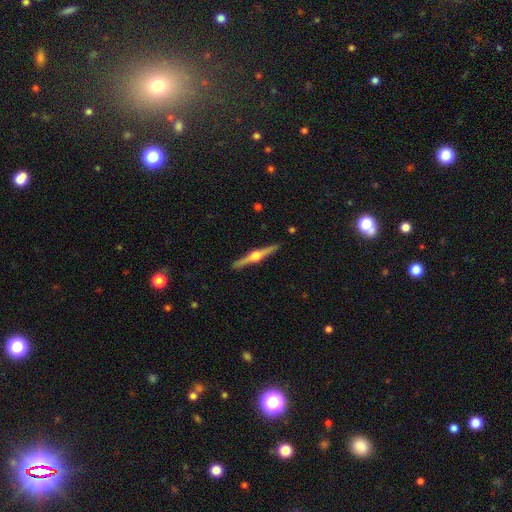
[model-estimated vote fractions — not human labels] This appears to be a featured or disk galaxy (82%) viewed edge-on (98%) with a rounded central bulge (95%). Merging: none (92%).